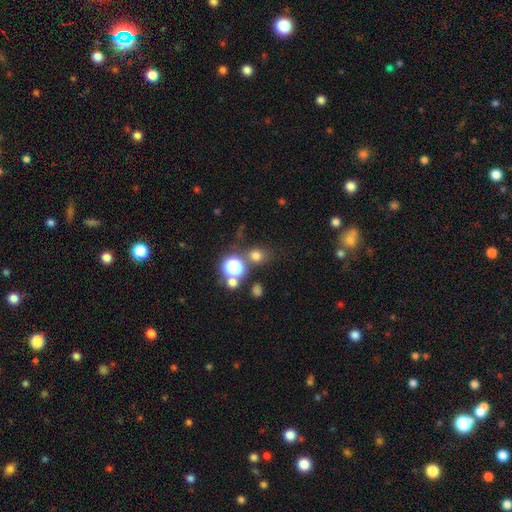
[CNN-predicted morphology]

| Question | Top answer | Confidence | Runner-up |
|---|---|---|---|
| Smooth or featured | smooth | 69% | star or artifact (24%) |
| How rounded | round | 78% | in between (21%) |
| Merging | none | 69% | merger (14%) |